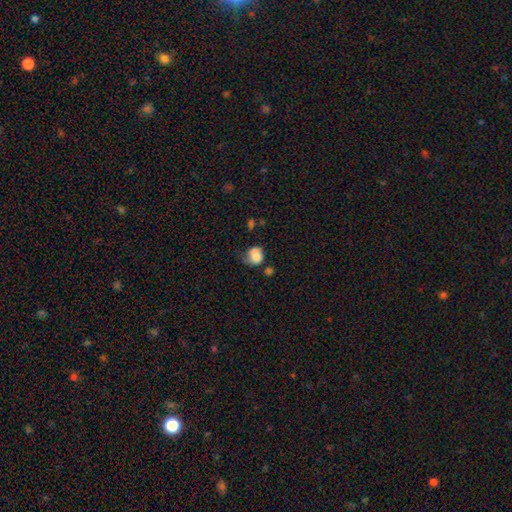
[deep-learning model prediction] Morphology: type=smooth (74%); roundness=round (65%); merging=none (34%).